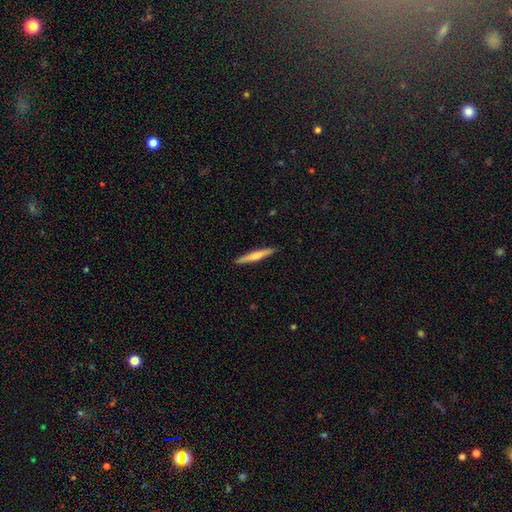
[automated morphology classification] type=smooth (56%); roundness=cigar-shaped (95%); merging=none (91%).